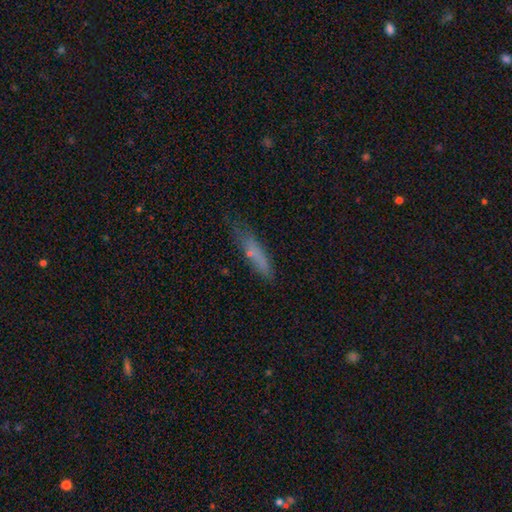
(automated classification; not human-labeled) Smooth or featured?
  - smooth: 60% *
  - featured or disk: 27%
  - star or artifact: 14%
How rounded?
  - cigar-shaped: 84% *
  - in between: 14%
  - round: 2%
Merging?
  - none: 70% *
  - minor disturbance: 21%
  - major disturbance: 6%
  - merger: 2%